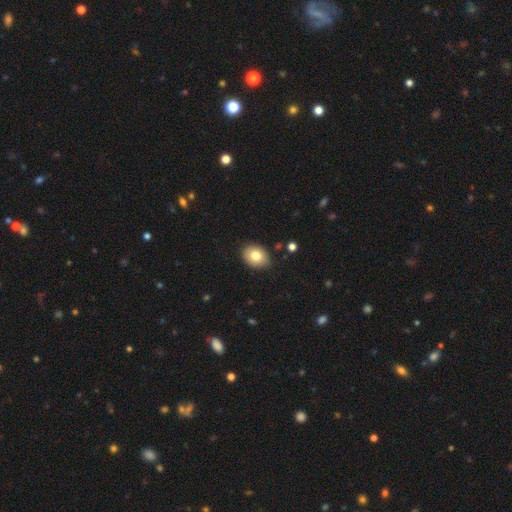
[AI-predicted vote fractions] Smooth or featured? smooth (79%)
How rounded? in between (64%)
Merging? none (84%)